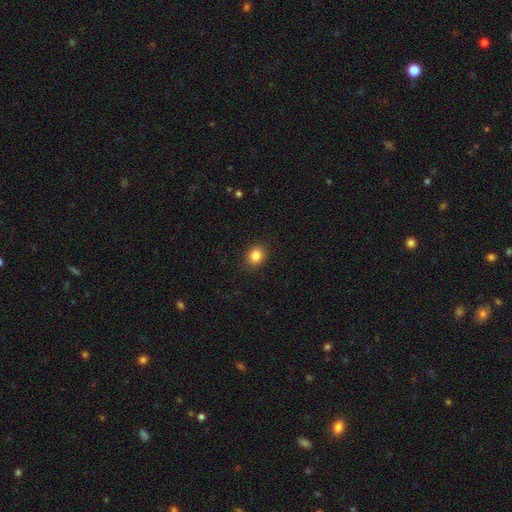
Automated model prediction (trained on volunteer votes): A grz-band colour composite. It shows a smooth galaxy with no disk features (84%) that is round (61%). Merging: none (89%).